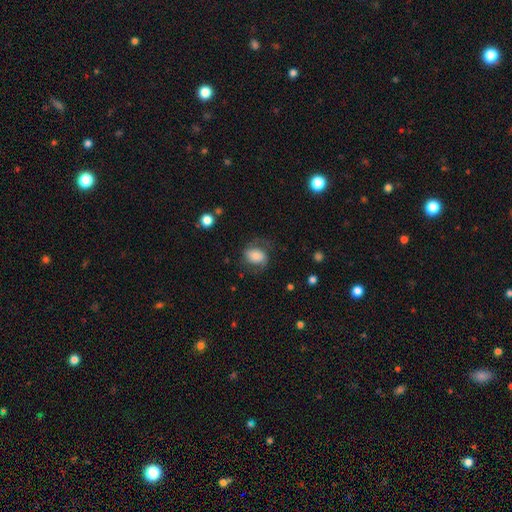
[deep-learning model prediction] Smooth or featured? smooth (47%)
Merging? none (63%)